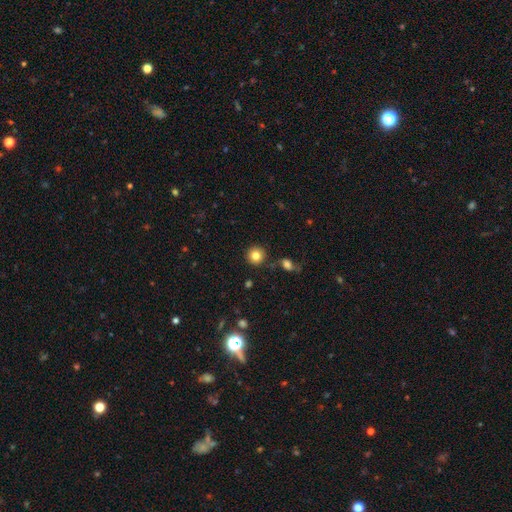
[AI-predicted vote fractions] A smooth galaxy with no disk features (82%) that is round (94%).

Vote fractions:
- Smooth or featured? smooth: 82% / star or artifact: 10% / featured or disk: 7%
- How rounded? round: 94% / in between: 5% / cigar-shaped: 1%
- Merging? none: 87% / minor disturbance: 7% / merger: 4% / major disturbance: 3%